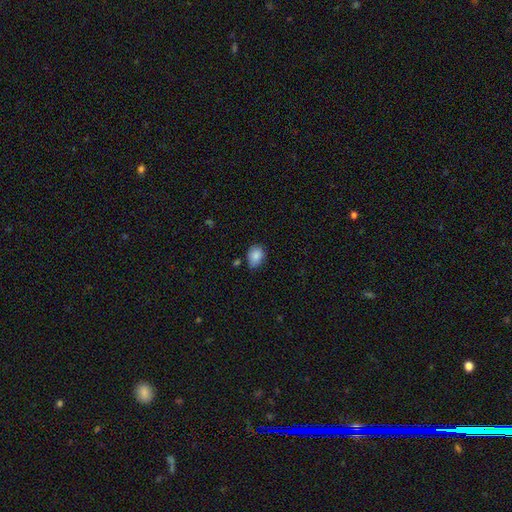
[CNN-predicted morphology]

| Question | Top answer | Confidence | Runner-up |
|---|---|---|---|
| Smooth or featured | smooth | 86% | star or artifact (8%) |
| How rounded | in between | 61% | round (38%) |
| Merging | none | 68% | minor disturbance (24%) |